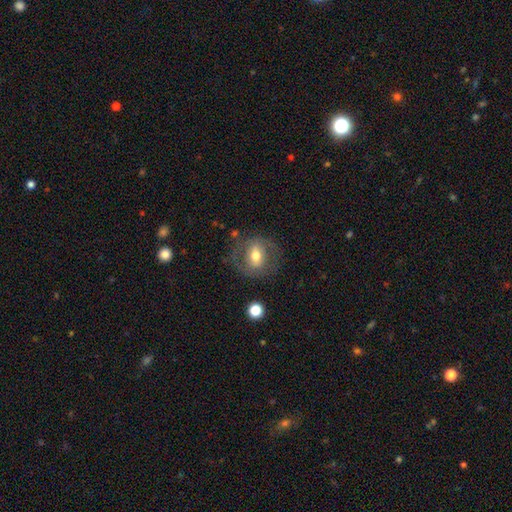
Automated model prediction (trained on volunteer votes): Smooth or featured? smooth (48%)
Merging? none (69%)